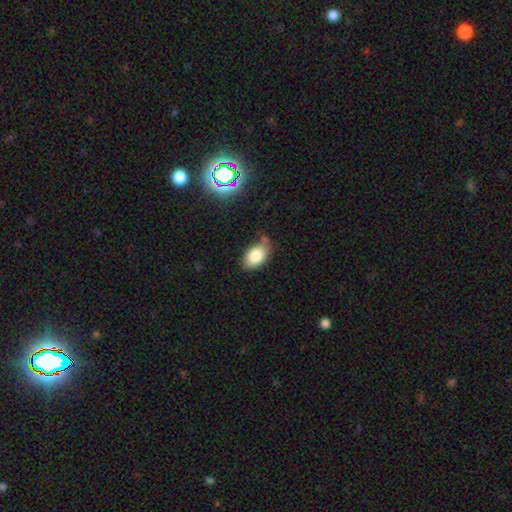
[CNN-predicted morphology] Smooth or featured? smooth (82%)
How rounded? in between (90%)
Merging? none (72%)